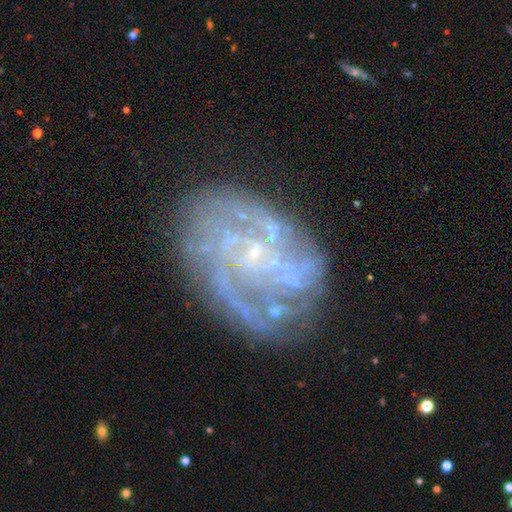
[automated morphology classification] Q: Smooth or featured?
A: featured or disk (84%); runner-up: smooth (8%)
Q: Edge-on disk?
A: no (98%); runner-up: yes (2%)
Q: Bar?
A: no (68%); runner-up: weak (26%)
Q: Spiral arms?
A: yes (86%); runner-up: no (14%)
Q: Spiral winding?
A: tight (50%); runner-up: medium (36%)
Q: Spiral arm count?
A: can't tell (36%); runner-up: 3 (18%)
Q: Bulge size?
A: small (76%); runner-up: none (14%)
Q: Merging?
A: none (63%); runner-up: minor disturbance (19%)